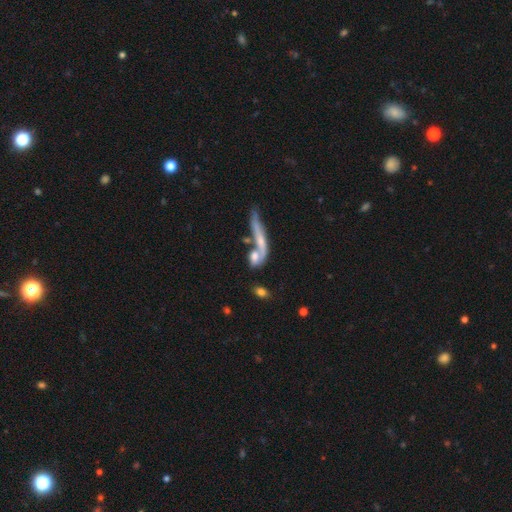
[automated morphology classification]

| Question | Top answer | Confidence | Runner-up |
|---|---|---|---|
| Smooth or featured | smooth | 53% | featured or disk (37%) |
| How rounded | in between | 42% | cigar-shaped (41%) |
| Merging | merger | 44% | none (31%) |